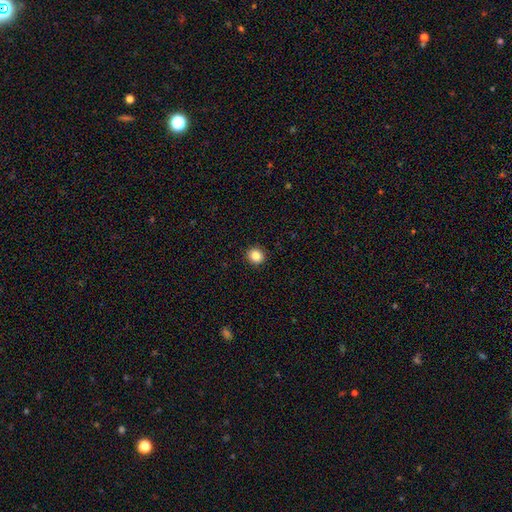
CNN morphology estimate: smooth 86%, star or artifact 10%, featured or disk 4%. Down the decision tree: how rounded — round (88%); merging — none (93%).